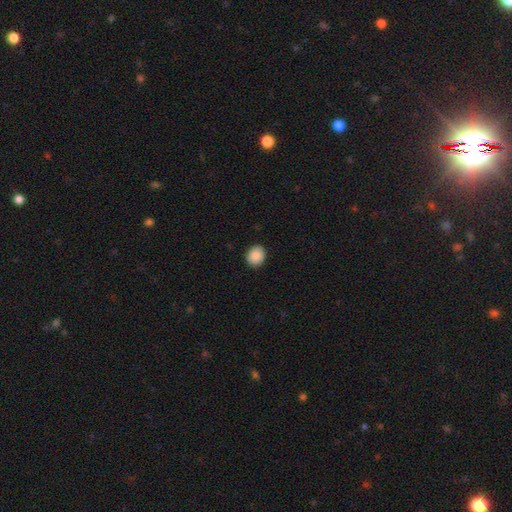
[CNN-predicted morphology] Smooth or featured?
  - smooth: 89% *
  - star or artifact: 8%
  - featured or disk: 3%
How rounded?
  - round: 70% *
  - in between: 29%
  - cigar-shaped: 1%
Merging?
  - none: 90% *
  - minor disturbance: 7%
  - major disturbance: 2%
  - merger: 1%